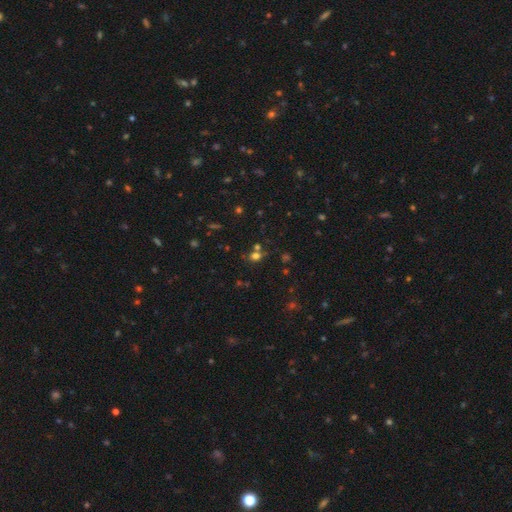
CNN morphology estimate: smooth 63%, star or artifact 29%, featured or disk 9%. Down the decision tree: how rounded — round (70%); merging — none (61%).